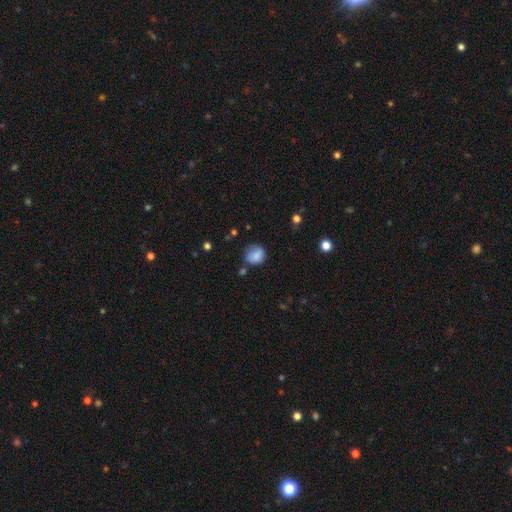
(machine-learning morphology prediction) Smooth or featured?
  - smooth: 81% *
  - featured or disk: 10%
  - star or artifact: 9%
How rounded?
  - round: 72% *
  - in between: 27%
  - cigar-shaped: 1%
Merging?
  - none: 63% *
  - minor disturbance: 25%
  - major disturbance: 7%
  - merger: 4%